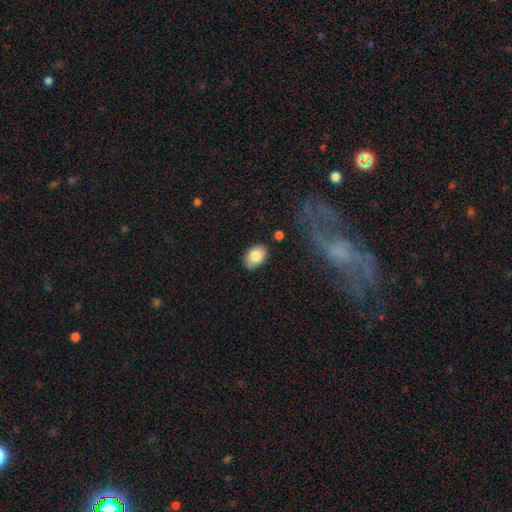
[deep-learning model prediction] This is clearly a smooth galaxy (82%). How rounded: clearly in between (84%). Merging: likely none (78%).